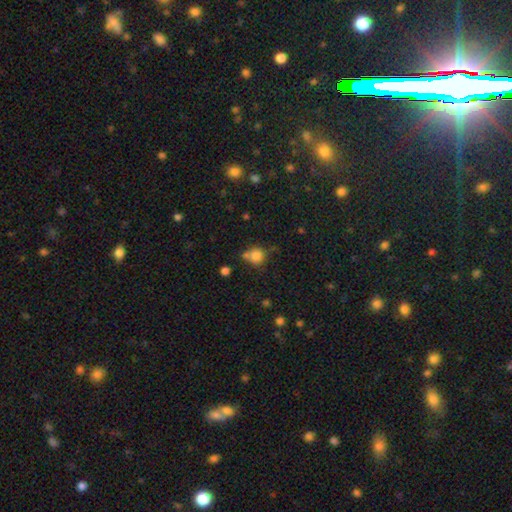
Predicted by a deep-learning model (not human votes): A smooth galaxy with no disk features (81%) that is round (86%).

Vote fractions:
- Smooth or featured? smooth: 81% / star or artifact: 12% / featured or disk: 7%
- How rounded? round: 86% / in between: 13% / cigar-shaped: 1%
- Merging? none: 54% / merger: 23% / minor disturbance: 17% / major disturbance: 6%